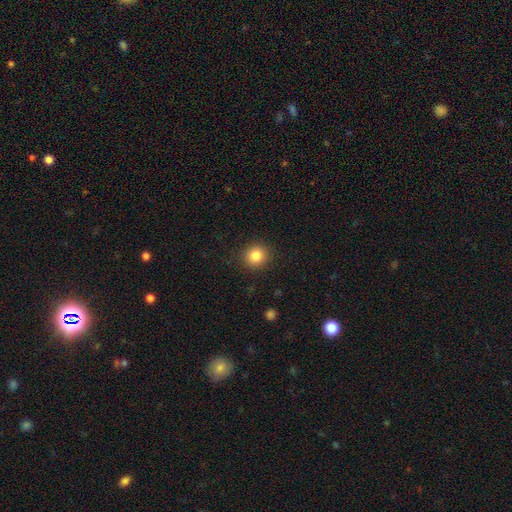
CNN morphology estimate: type=smooth (84%); roundness=round (90%); merging=none (91%).